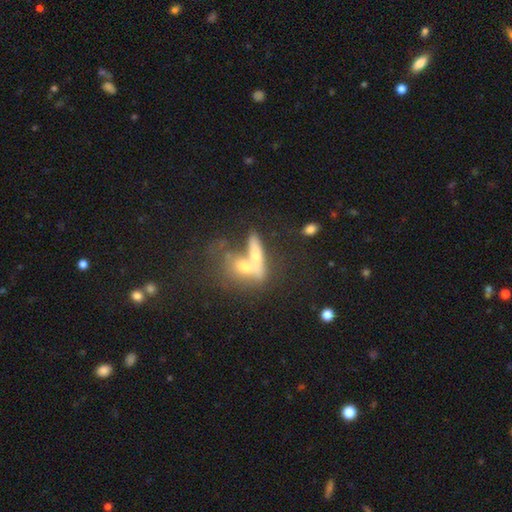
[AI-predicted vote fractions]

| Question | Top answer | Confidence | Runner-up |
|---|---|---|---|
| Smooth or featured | smooth | 55% | featured or disk (35%) |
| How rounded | in between | 52% | cigar-shaped (37%) |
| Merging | merger | 56% | none (27%) |